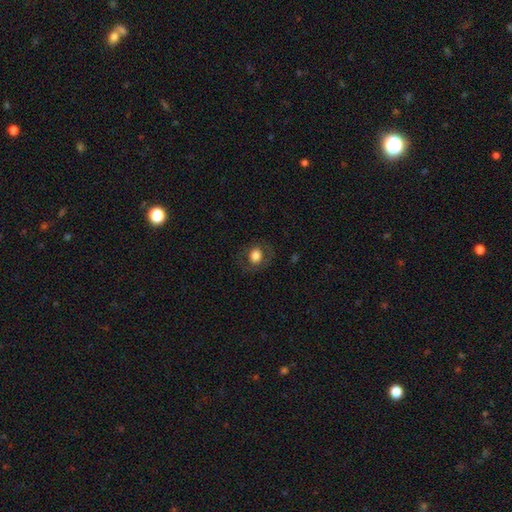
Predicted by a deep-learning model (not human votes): Morphology: type=smooth (74%); roundness=round (60%); merging=none (79%).